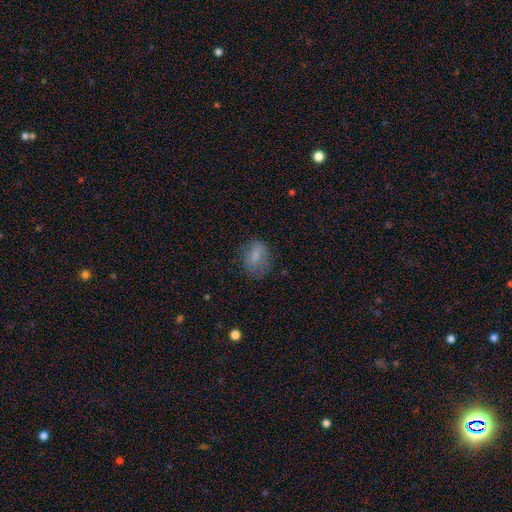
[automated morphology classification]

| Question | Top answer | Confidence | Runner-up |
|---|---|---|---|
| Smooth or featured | smooth | 74% | featured or disk (16%) |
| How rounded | in between | 65% | round (33%) |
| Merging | none | 64% | minor disturbance (23%) |